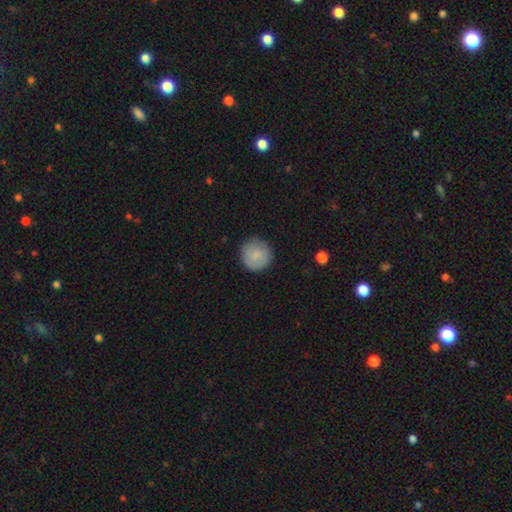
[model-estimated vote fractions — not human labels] Smooth or featured? smooth (83%)
How rounded? round (95%)
Merging? none (88%)